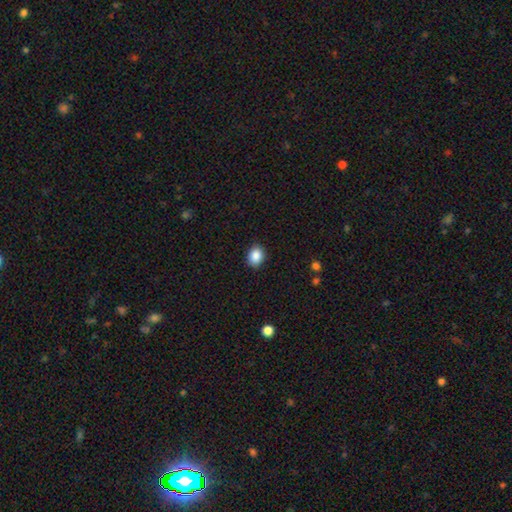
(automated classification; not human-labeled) This is clearly a smooth galaxy (87%). How rounded: possibly in between (57%). Merging: clearly none (89%).